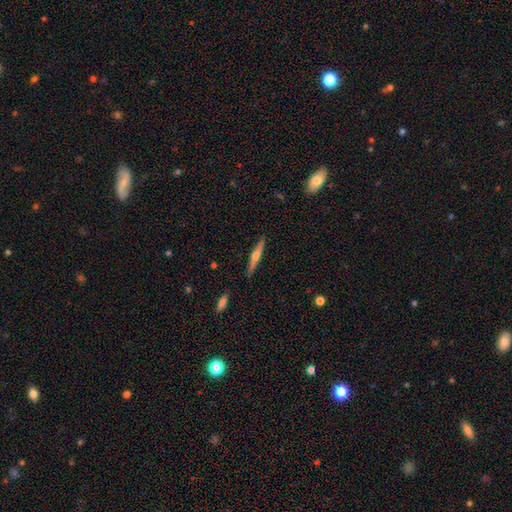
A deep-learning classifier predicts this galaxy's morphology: This appears to be a featured or disk galaxy (64%) viewed edge-on (97%) with a rounded central bulge (88%). Merging: none (90%).